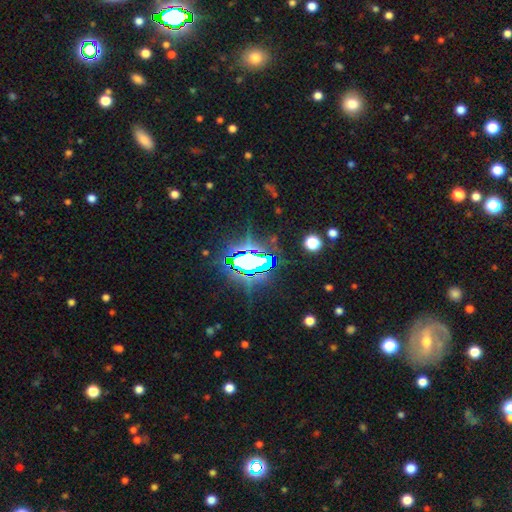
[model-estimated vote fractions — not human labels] Smooth or featured: star or artifact — 77% (smooth — 11%)